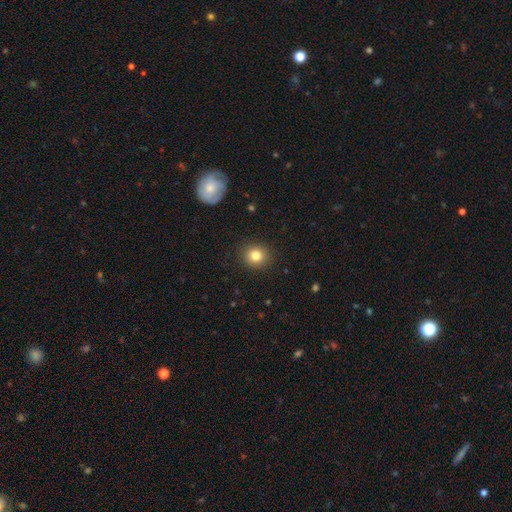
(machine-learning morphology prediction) type=smooth (82%); roundness=round (87%); merging=none (91%).